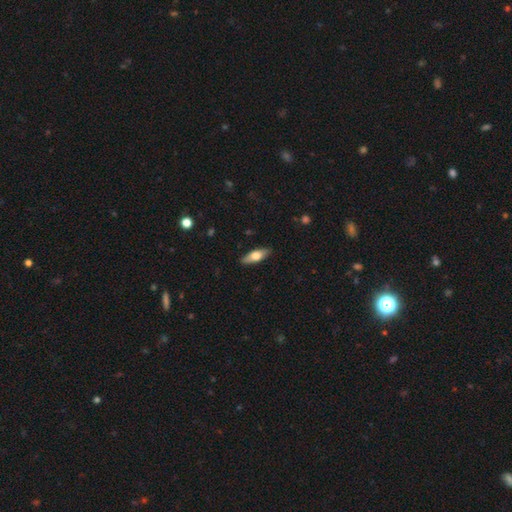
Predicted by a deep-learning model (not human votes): Q: Smooth or featured?
A: smooth (61%); runner-up: featured or disk (34%)
Q: How rounded?
A: in between (61%); runner-up: cigar-shaped (36%)
Q: Merging?
A: none (88%); runner-up: minor disturbance (9%)